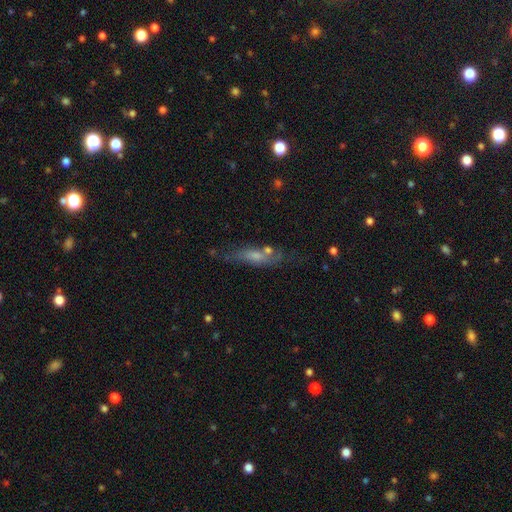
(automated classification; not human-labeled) This is marginally a featured or disk galaxy (44%). Merging: likely none (62%).